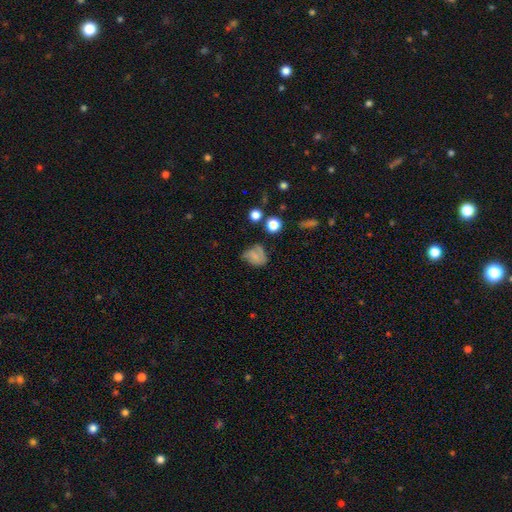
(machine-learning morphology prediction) smooth_or_featured: smooth (p=0.58) [alt: featured or disk p=0.29]
how_rounded: in between (p=0.51) [alt: round p=0.47]
merging: none (p=0.42) [alt: minor disturbance p=0.32]